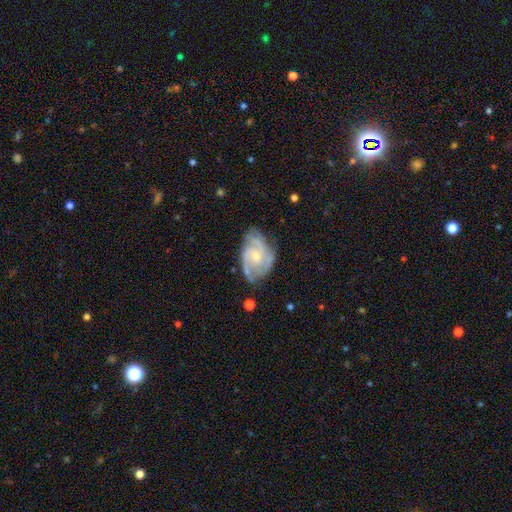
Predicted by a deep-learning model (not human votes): Morphology: type=featured or disk (84%); edge-on=no (97%); bar=no (66%); spiral arms=yes (95%); winding=tight (45%); arm count=3 (36%); bulge=small (57%); merging=none (62%).